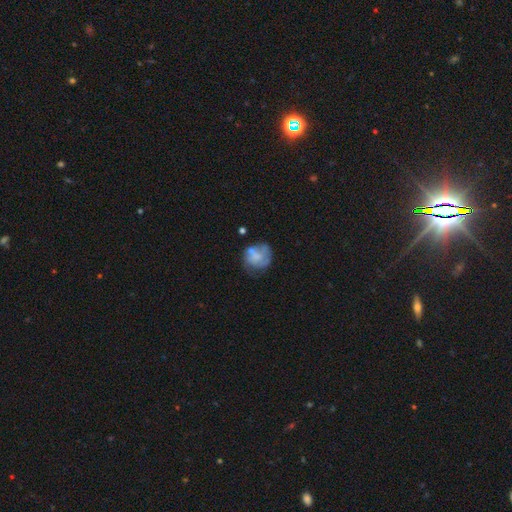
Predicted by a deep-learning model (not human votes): Q: Smooth or featured?
A: smooth (48%); runner-up: featured or disk (43%)
Q: Merging?
A: none (45%); runner-up: minor disturbance (26%)